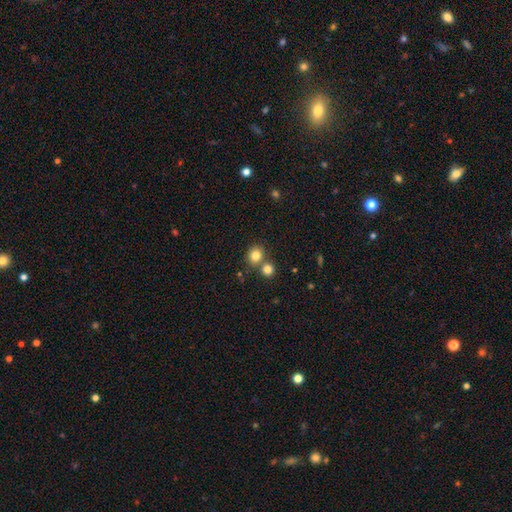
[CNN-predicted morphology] The model was most divided on "merging": none: 63%, merger: 27%, minor disturbance: 8%, major disturbance: 2%. More confident: how rounded — round (82%); smooth or featured — smooth (81%).